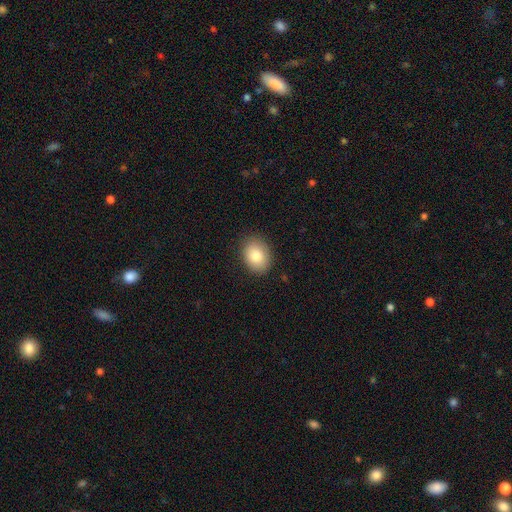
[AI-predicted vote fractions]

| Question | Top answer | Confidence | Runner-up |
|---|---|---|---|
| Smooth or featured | smooth | 84% | featured or disk (8%) |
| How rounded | in between | 67% | round (32%) |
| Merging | none | 87% | minor disturbance (10%) |